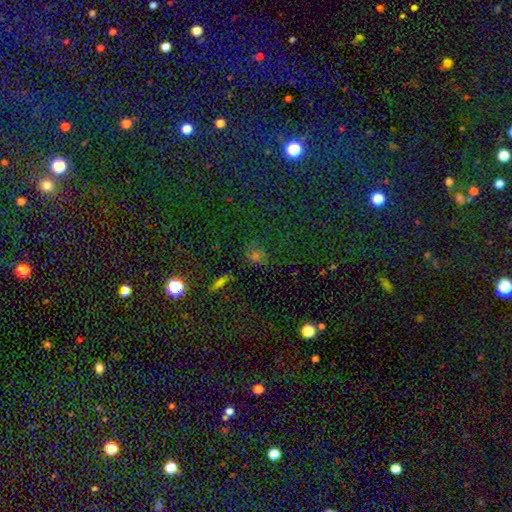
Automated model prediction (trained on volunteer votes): The model was most divided on "smooth or featured": smooth: 52%, star or artifact: 36%, featured or disk: 12%. More confident: how rounded — round (82%); merging — none (75%).